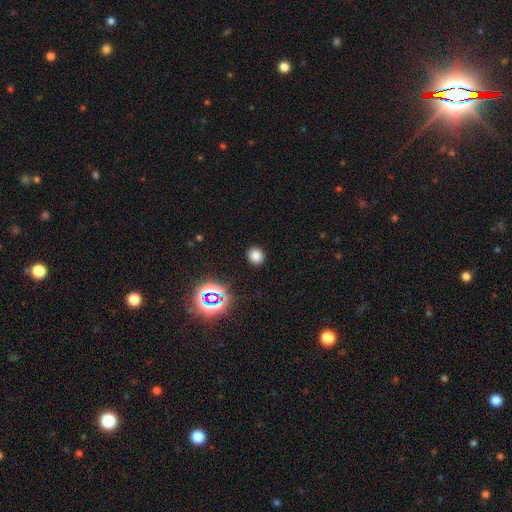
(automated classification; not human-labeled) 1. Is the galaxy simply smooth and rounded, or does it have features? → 77% smooth, 19% star or artifact, 5% featured or disk.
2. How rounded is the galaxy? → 82% round, 17% in between, 1% cigar-shaped.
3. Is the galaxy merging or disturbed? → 90% none, 7% minor disturbance, 2% major disturbance, 1% merger.